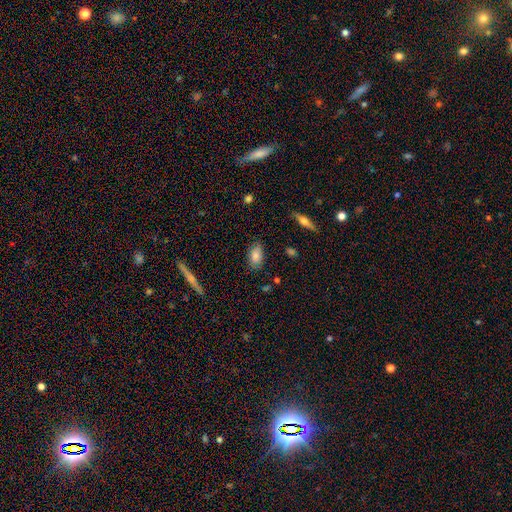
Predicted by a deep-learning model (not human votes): A smooth galaxy with no disk features (81%) that is in between round and cigar-shaped (92%).

Vote fractions:
- Smooth or featured? smooth: 81% / featured or disk: 11% / star or artifact: 7%
- How rounded? in between: 92% / round: 5% / cigar-shaped: 3%
- Merging? none: 81% / minor disturbance: 15% / major disturbance: 3% / merger: 1%